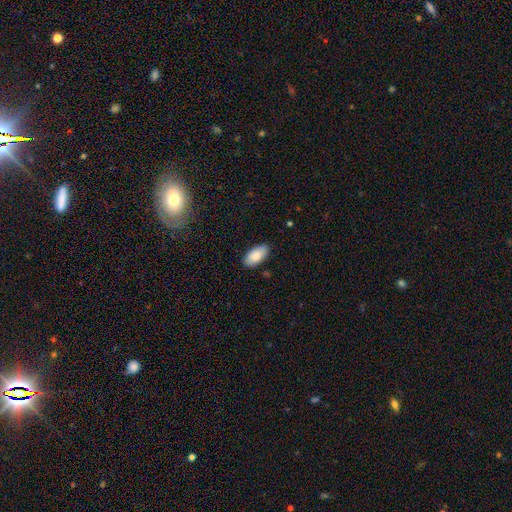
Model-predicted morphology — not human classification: Overall: smooth (87%). How rounded: in between (94%). Merging: none (87%).